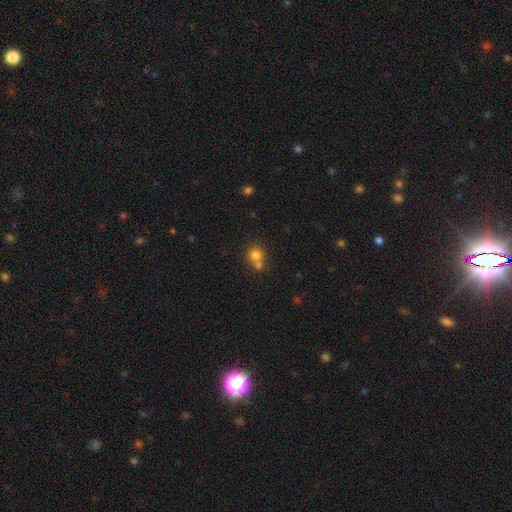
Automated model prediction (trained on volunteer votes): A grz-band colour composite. It shows a smooth galaxy with no disk features (78%) that is round (85%). Merging: none (45%).